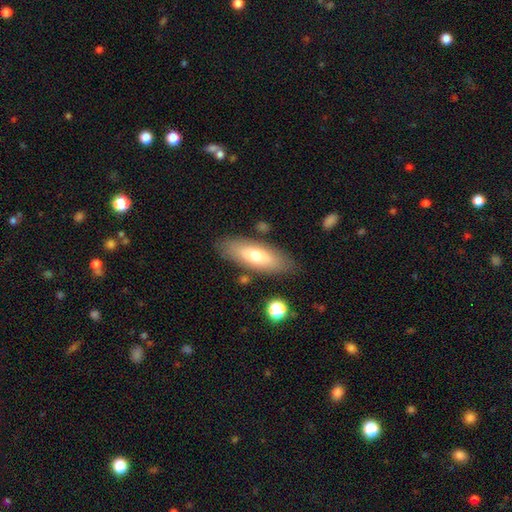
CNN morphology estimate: Smooth or featured? smooth (64%)
How rounded? in between (63%)
Merging? none (82%)